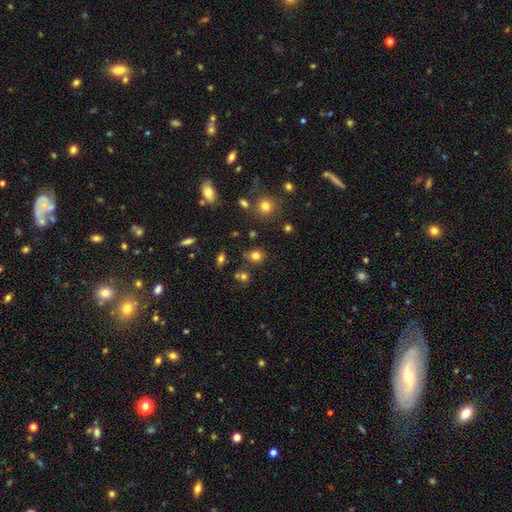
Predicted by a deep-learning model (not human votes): The model was most divided on "smooth or featured": smooth: 77%, star or artifact: 16%, featured or disk: 7%. More confident: how rounded — round (84%); merging — none (80%).